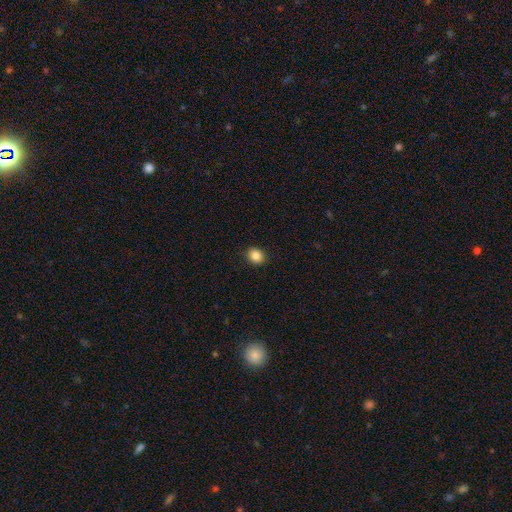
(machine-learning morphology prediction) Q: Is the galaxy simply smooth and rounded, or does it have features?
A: smooth — 85%.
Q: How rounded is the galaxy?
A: round — 65%.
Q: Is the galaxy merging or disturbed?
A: none — 89%.